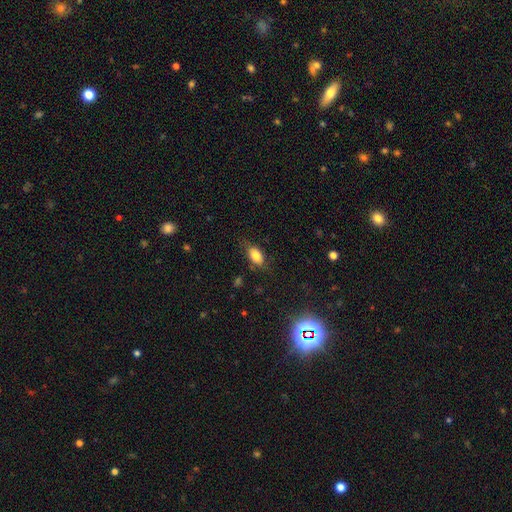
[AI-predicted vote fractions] Q: Smooth or featured?
A: smooth (78%); runner-up: featured or disk (13%)
Q: How rounded?
A: in between (86%); runner-up: round (7%)
Q: Merging?
A: none (72%); runner-up: minor disturbance (21%)